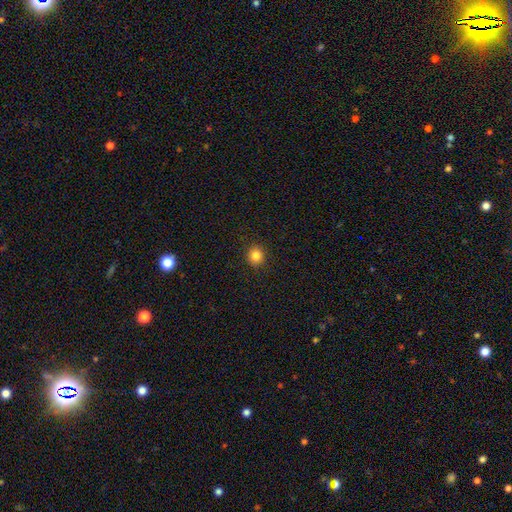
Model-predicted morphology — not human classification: smooth 84%, star or artifact 12%, featured or disk 5%. Down the decision tree: how rounded — round (89%); merging — none (92%).